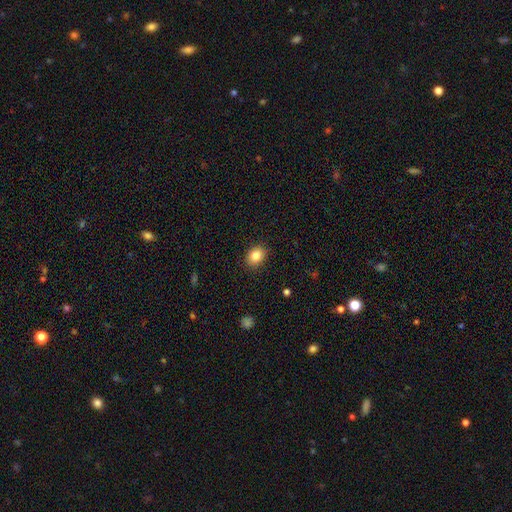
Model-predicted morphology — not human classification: A smooth galaxy with no disk features (85%) that is in between round and cigar-shaped (54%).

Vote fractions:
- Smooth or featured? smooth: 85% / star or artifact: 9% / featured or disk: 6%
- How rounded? in between: 54% / round: 46% / cigar-shaped: 1%
- Merging? none: 89% / minor disturbance: 8% / major disturbance: 2% / merger: 1%